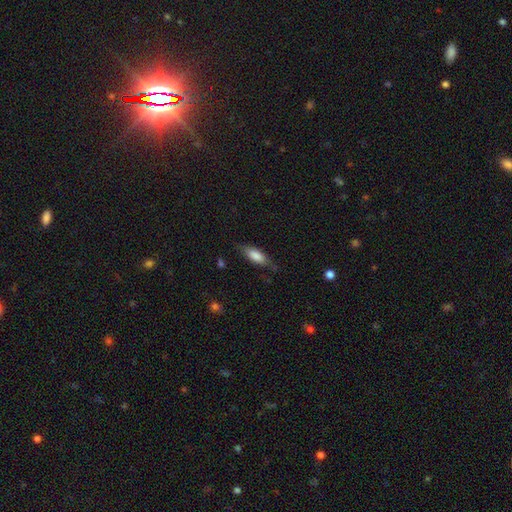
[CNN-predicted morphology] Smooth or featured?
  - smooth: 77% *
  - featured or disk: 16%
  - star or artifact: 6%
How rounded?
  - in between: 69% *
  - cigar-shaped: 29%
  - round: 2%
Merging?
  - none: 71% *
  - minor disturbance: 22%
  - major disturbance: 6%
  - merger: 2%